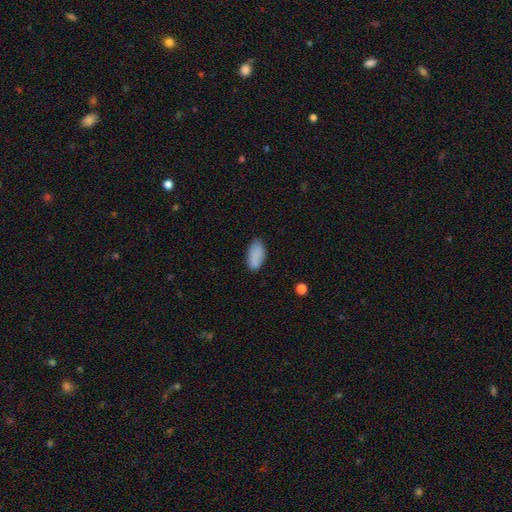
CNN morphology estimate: Overall: smooth (87%). How rounded: in between (92%). Merging: none (77%).